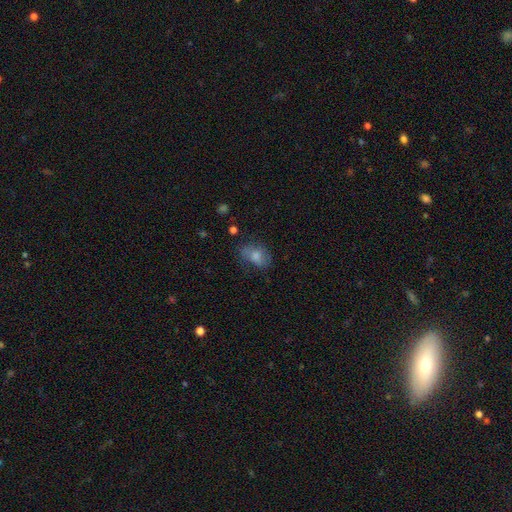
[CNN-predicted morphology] Smooth or featured: smooth — 60% (featured or disk — 24%)
How rounded: in between — 76% (round — 22%)
Merging: none — 64% (minor disturbance — 24%)